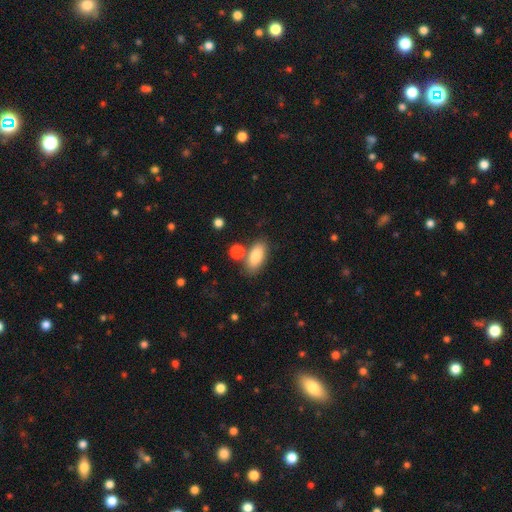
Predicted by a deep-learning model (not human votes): A smooth galaxy with no disk features (84%) that is in between round and cigar-shaped (87%).

Vote fractions:
- Smooth or featured? smooth: 84% / featured or disk: 9% / star or artifact: 7%
- How rounded? in between: 87% / cigar-shaped: 8% / round: 4%
- Merging? none: 71% / minor disturbance: 12% / merger: 12% / major disturbance: 4%